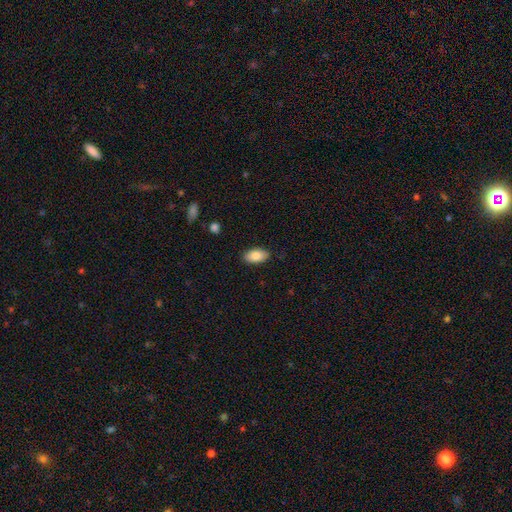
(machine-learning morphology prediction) smooth_or_featured: smooth (p=0.84) [alt: featured or disk p=0.09]
how_rounded: in between (p=0.93) [alt: cigar-shaped p=0.04]
merging: none (p=0.87) [alt: minor disturbance p=0.10]